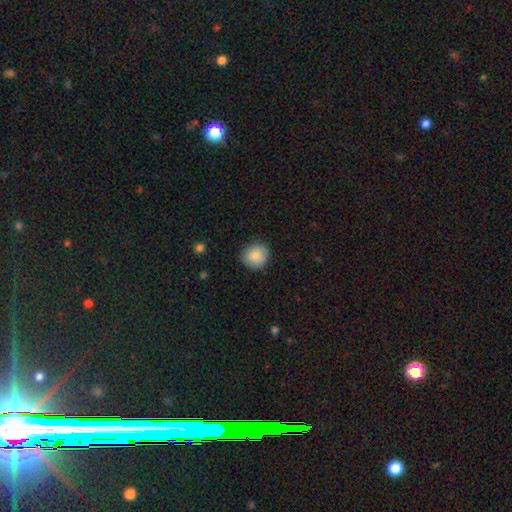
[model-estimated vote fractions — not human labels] This is clearly a smooth galaxy (87%). How rounded: clearly round (80%). Merging: clearly none (85%).